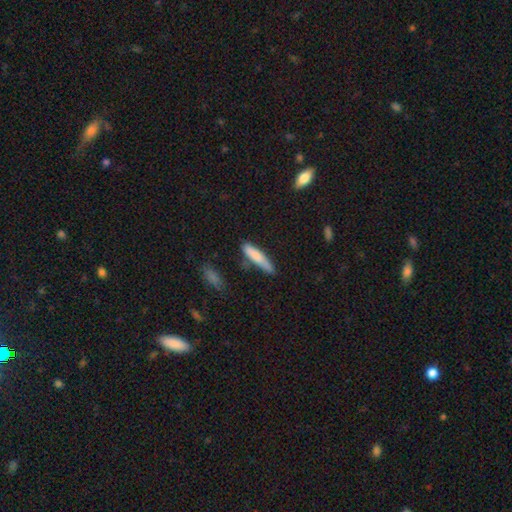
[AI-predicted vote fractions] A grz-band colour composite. It shows a smooth galaxy with no disk features (79%) that is cigar-shaped (83%). Merging: none (67%).